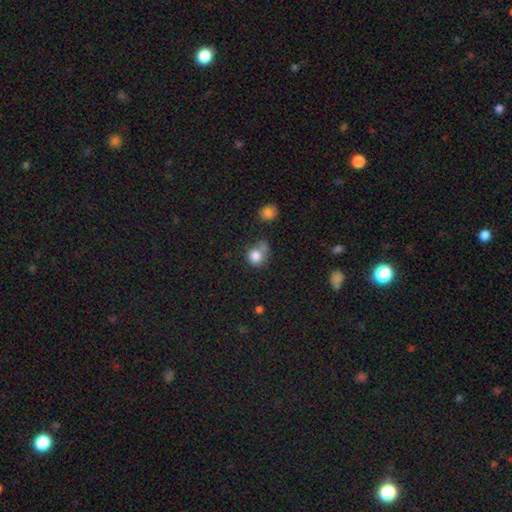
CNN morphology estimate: Q: Smooth or featured?
A: smooth (82%); runner-up: star or artifact (11%)
Q: How rounded?
A: round (83%); runner-up: in between (16%)
Q: Merging?
A: none (46%); runner-up: merger (28%)